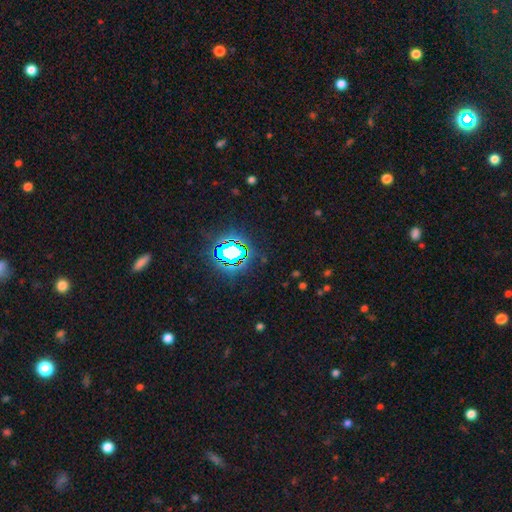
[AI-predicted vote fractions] A star or artifact, not a galaxy (83%).